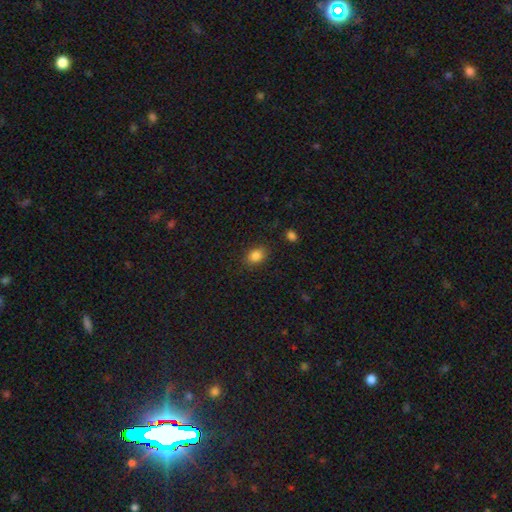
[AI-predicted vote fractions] A smooth galaxy with no disk features (84%) that is in between round and cigar-shaped (63%).

Vote fractions:
- Smooth or featured? smooth: 84% / star or artifact: 10% / featured or disk: 5%
- How rounded? in between: 63% / round: 36% / cigar-shaped: 1%
- Merging? none: 85% / minor disturbance: 10% / major disturbance: 3% / merger: 1%